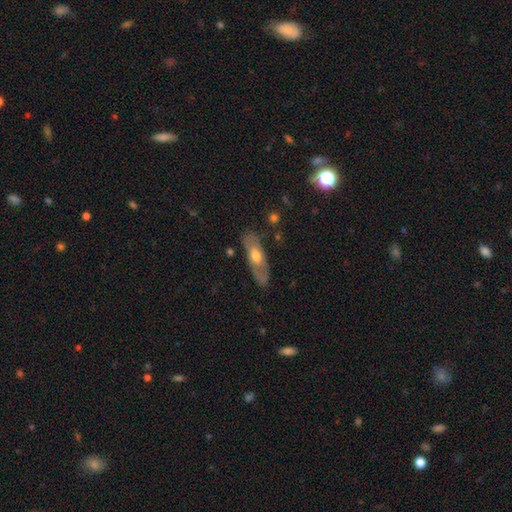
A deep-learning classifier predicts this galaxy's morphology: featured or disk 48%, smooth 46%, star or artifact 6%. Down the decision tree: merging — none (78%).